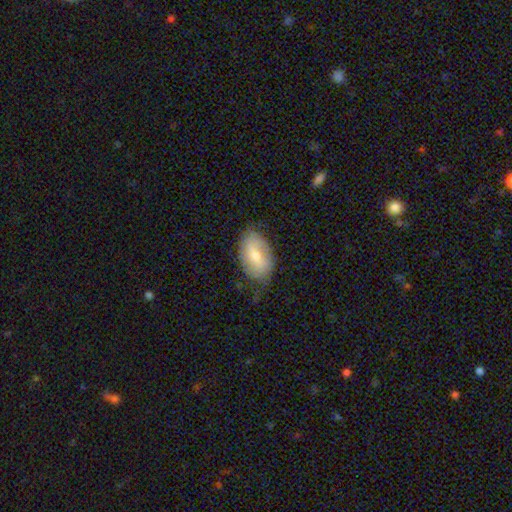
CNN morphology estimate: Q: Smooth or featured?
A: smooth (63%); runner-up: featured or disk (30%)
Q: How rounded?
A: in between (92%); runner-up: round (6%)
Q: Merging?
A: none (66%); runner-up: minor disturbance (26%)